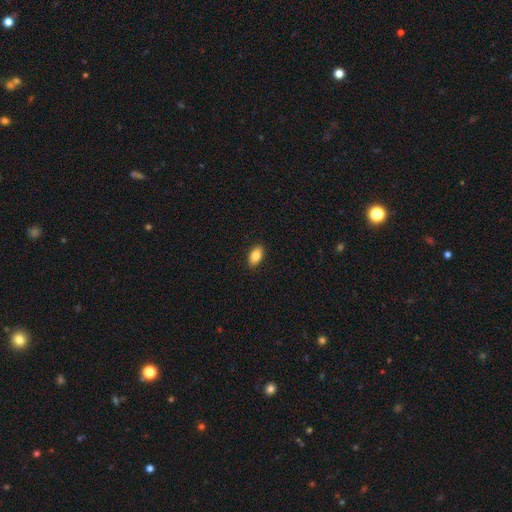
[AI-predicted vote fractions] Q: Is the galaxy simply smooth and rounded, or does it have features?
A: smooth — 83%.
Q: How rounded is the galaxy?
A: in between — 91%.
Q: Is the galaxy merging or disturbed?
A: none — 89%.